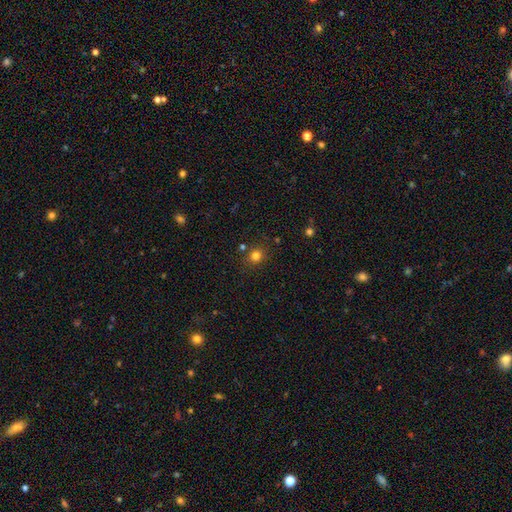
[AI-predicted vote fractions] Smooth or featured: smooth — 79% (star or artifact — 16%)
How rounded: round — 83% (in between — 16%)
Merging: none — 83% (minor disturbance — 9%)